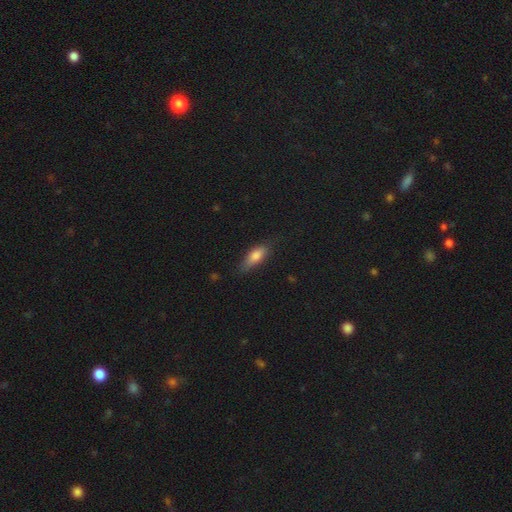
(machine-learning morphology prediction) Smooth or featured? smooth (78%)
How rounded? in between (70%)
Merging? none (72%)